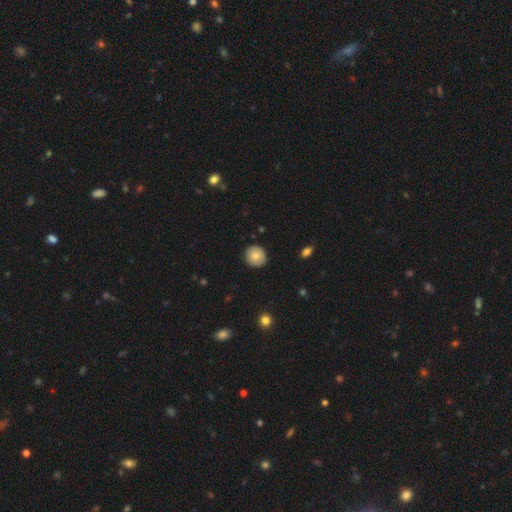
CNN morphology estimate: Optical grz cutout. It shows a smooth galaxy with no disk features (81%) that is round (88%). Merging: none (88%).